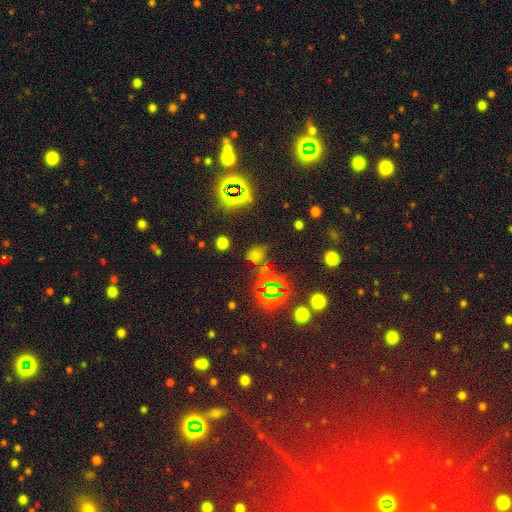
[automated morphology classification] Overall: star or artifact (51%; smooth 41%).